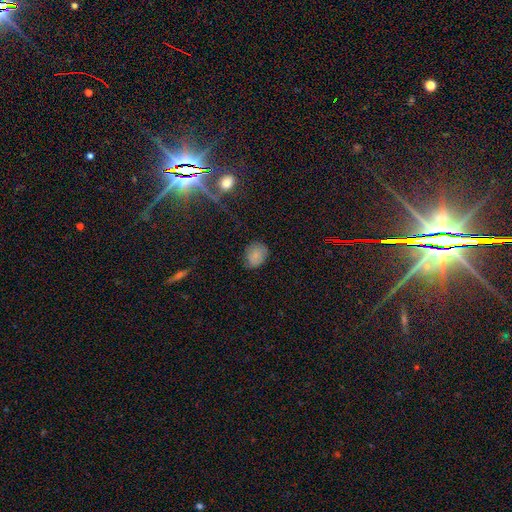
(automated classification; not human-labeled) This is likely a smooth galaxy (77%). How rounded: possibly round (55%). Merging: likely none (69%).